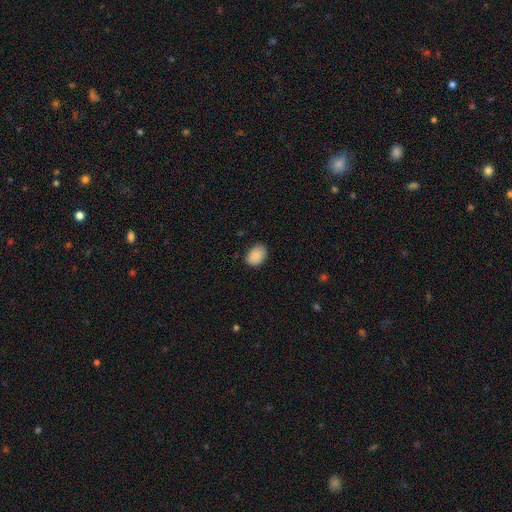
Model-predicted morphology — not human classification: smooth_or_featured: smooth (p=0.88) [alt: star or artifact p=0.07]
how_rounded: in between (p=0.78) [alt: round p=0.21]
merging: none (p=0.78) [alt: minor disturbance p=0.18]